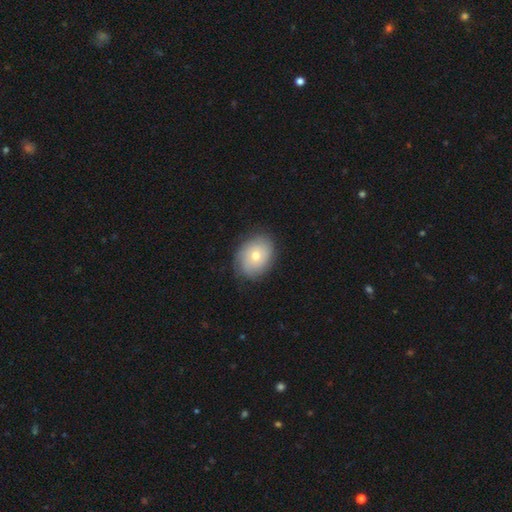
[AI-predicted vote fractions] smooth_or_featured: smooth (p=0.62) [alt: featured or disk p=0.29]
how_rounded: in between (p=0.62) [alt: round p=0.37]
merging: none (p=0.82) [alt: minor disturbance p=0.14]